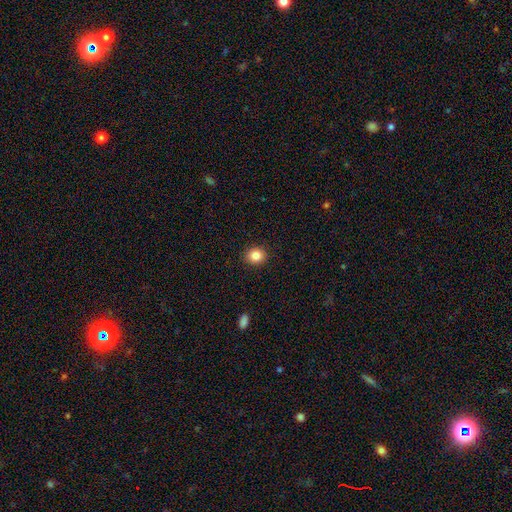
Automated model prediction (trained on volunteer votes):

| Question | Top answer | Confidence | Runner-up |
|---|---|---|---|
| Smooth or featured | smooth | 85% | star or artifact (10%) |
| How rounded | round | 70% | in between (29%) |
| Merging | none | 91% | minor disturbance (6%) |